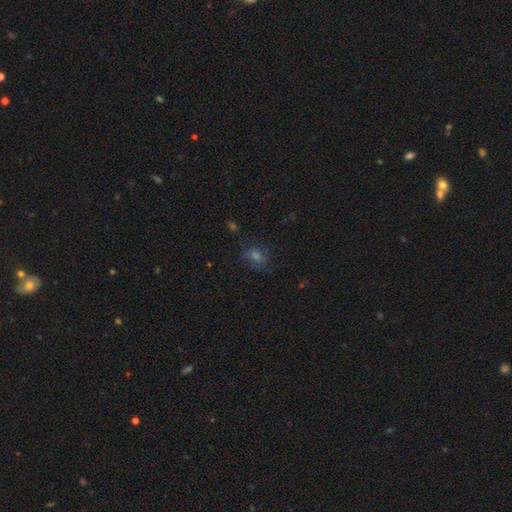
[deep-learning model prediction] Smooth or featured? smooth (44%)
Merging? none (72%)